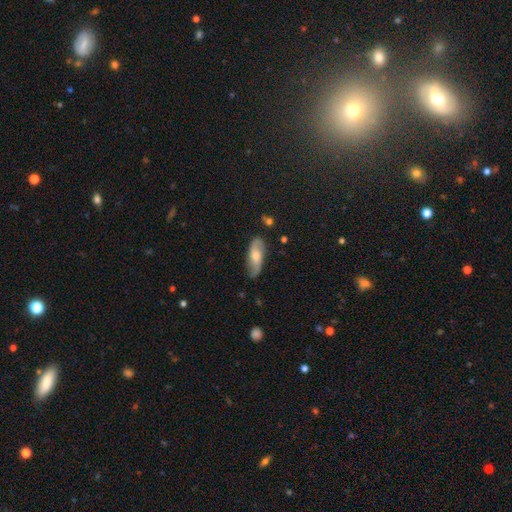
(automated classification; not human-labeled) smooth_or_featured: featured or disk (p=0.54) [alt: smooth p=0.39]
disk_edge_on: no (p=0.84) [alt: yes p=0.16]
merging: none (p=0.74) [alt: minor disturbance p=0.19]